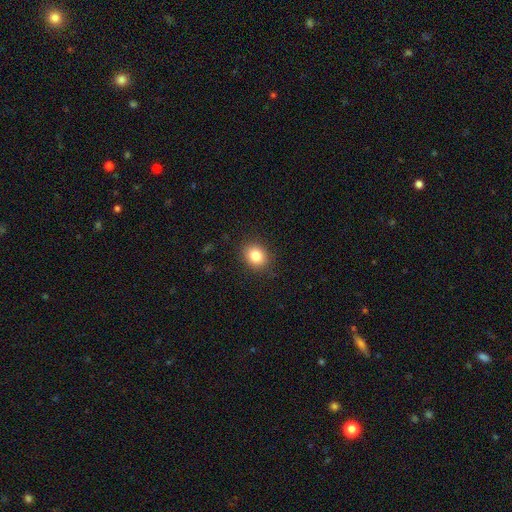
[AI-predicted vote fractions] Smooth or featured? Predicted: smooth (p=0.83). How rounded? Predicted: round (p=0.58). Merging? Predicted: none (p=0.88).